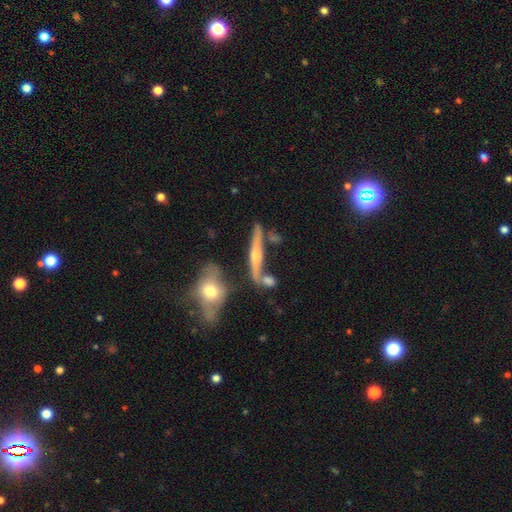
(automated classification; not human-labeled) smooth_or_featured: featured or disk (p=0.70) [alt: smooth p=0.22]
disk_edge_on: yes (p=0.93) [alt: no p=0.07]
edge_on_bulge: rounded (p=0.89) [alt: none p=0.07]
merging: none (p=0.68) [alt: minor disturbance p=0.14]